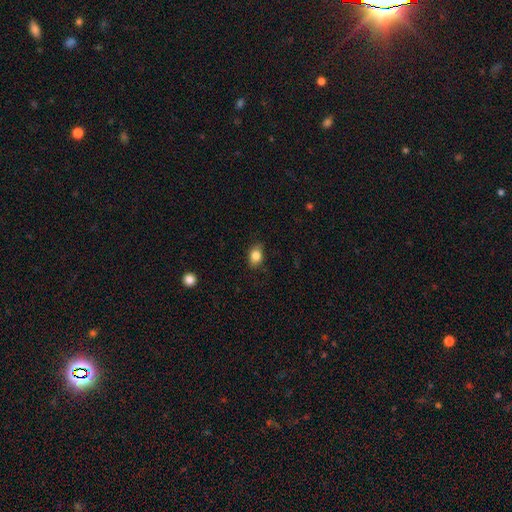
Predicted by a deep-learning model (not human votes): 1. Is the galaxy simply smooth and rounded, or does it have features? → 83% smooth, 9% star or artifact, 8% featured or disk.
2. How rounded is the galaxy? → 68% in between, 30% round, 2% cigar-shaped.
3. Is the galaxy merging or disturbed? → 77% none, 18% minor disturbance, 3% major disturbance, 1% merger.